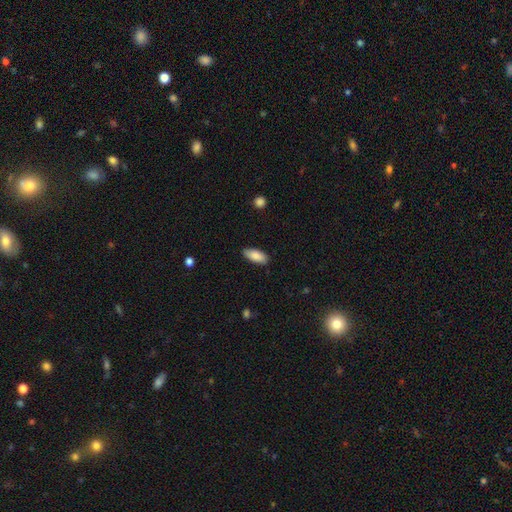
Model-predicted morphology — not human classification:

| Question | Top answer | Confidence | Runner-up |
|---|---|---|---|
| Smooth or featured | smooth | 87% | featured or disk (7%) |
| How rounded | in between | 85% | cigar-shaped (14%) |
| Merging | none | 84% | minor disturbance (12%) |